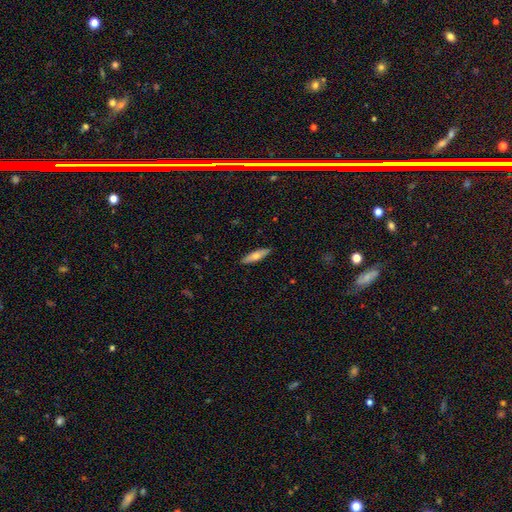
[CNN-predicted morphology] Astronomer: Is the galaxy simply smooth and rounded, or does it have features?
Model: smooth — 65%.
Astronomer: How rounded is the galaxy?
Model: cigar-shaped — 64%.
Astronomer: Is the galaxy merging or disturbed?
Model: none — 89%.